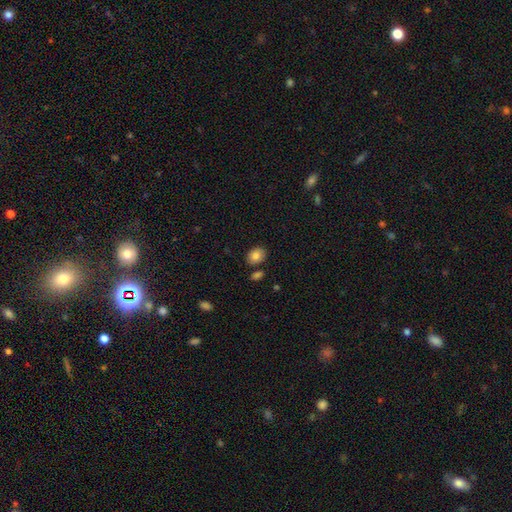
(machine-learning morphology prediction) Smooth or featured?
  - smooth: 85% *
  - star or artifact: 8%
  - featured or disk: 7%
How rounded?
  - in between: 66% *
  - round: 33%
  - cigar-shaped: 1%
Merging?
  - none: 79% *
  - minor disturbance: 11%
  - merger: 8%
  - major disturbance: 3%